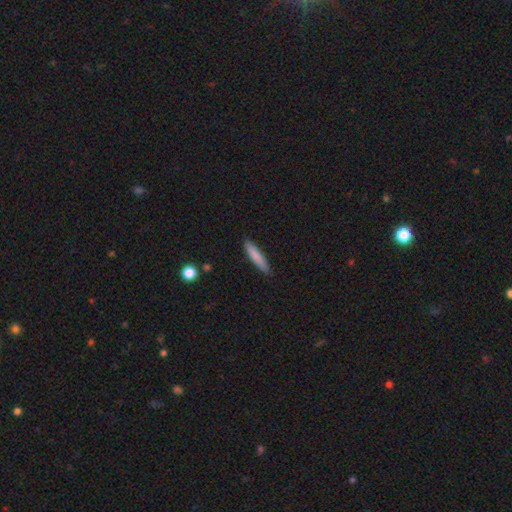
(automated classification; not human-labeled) A smooth galaxy with no disk features (81%) that is cigar-shaped (88%). Merging: none (87%).